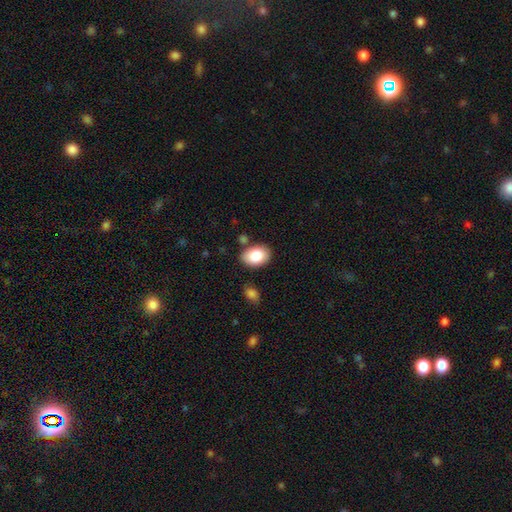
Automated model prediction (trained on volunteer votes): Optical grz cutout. It shows a smooth galaxy with no disk features (85%) that is in between round and cigar-shaped (82%). Merging: none (79%).